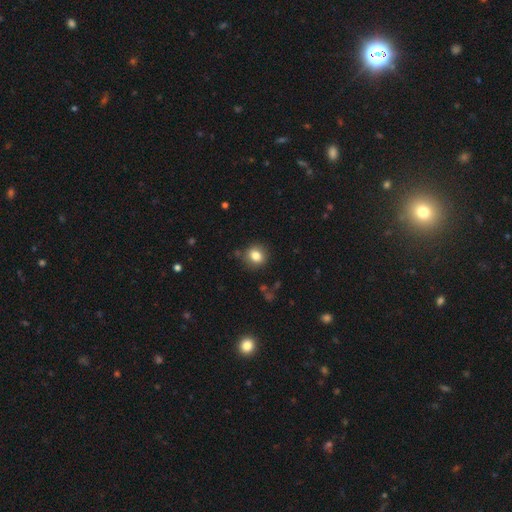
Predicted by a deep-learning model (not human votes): A smooth galaxy with no disk features (82%) that is round (73%).

Vote fractions:
- Smooth or featured? smooth: 82% / star or artifact: 11% / featured or disk: 8%
- How rounded? round: 73% / in between: 26% / cigar-shaped: 1%
- Merging? none: 84% / minor disturbance: 11% / major disturbance: 3% / merger: 2%